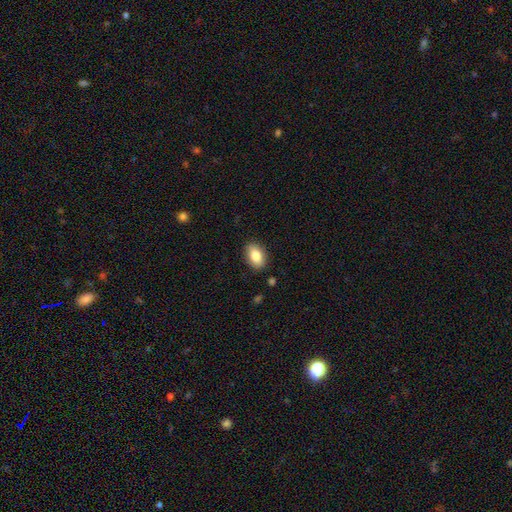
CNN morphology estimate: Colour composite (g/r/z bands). It shows a smooth galaxy with no disk features (83%) that is in between round and cigar-shaped (88%). Merging: none (88%).